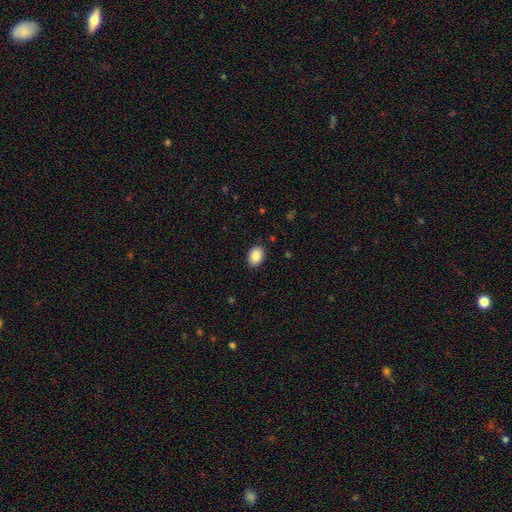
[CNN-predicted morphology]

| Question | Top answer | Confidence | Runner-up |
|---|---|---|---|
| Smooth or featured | smooth | 86% | star or artifact (7%) |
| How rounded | in between | 78% | round (21%) |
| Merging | none | 89% | minor disturbance (8%) |